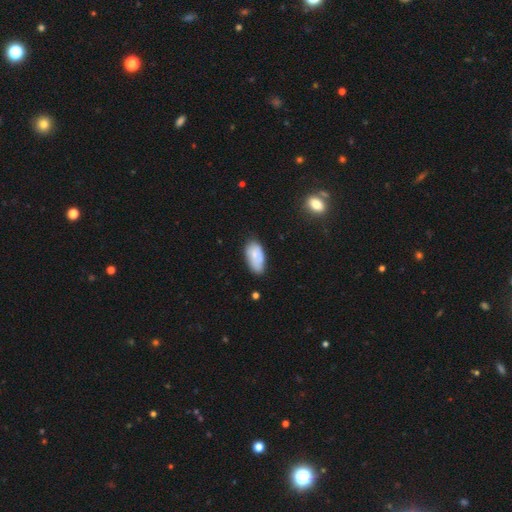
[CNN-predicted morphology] This is likely a smooth galaxy (71%). How rounded: clearly in between (94%). Merging: likely none (60%).